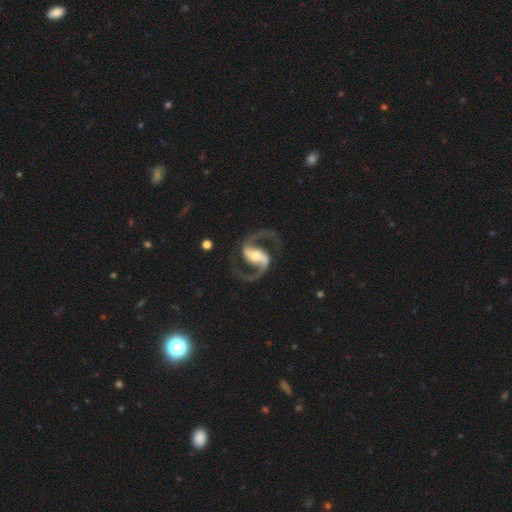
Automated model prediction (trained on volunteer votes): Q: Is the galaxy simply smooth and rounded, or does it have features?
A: featured or disk — 93%.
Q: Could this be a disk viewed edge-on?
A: no — 98%.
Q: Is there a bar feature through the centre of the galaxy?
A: strong — 55%.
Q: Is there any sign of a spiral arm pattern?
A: yes — 98%.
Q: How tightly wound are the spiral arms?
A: medium — 60%.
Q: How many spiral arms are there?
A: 2 — 95%.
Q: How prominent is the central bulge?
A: moderate — 59%.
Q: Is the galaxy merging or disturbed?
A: none — 82%.